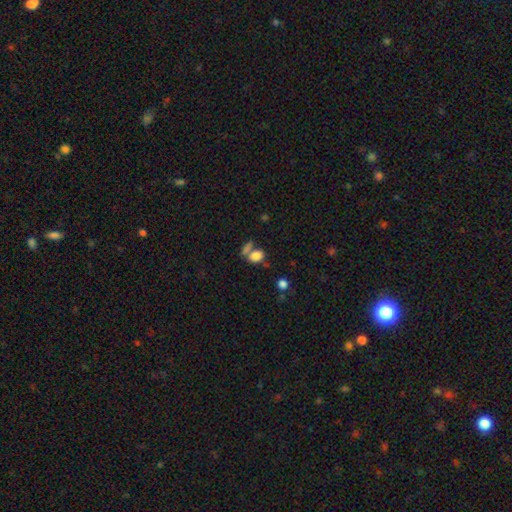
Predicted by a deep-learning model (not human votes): smooth-or-featured: smooth: 80% | star or artifact: 10% | featured or disk: 9%
  how-rounded: in between: 67% | round: 29% | cigar-shaped: 3%
  merging: none: 44% | merger: 37% | minor disturbance: 12% | major disturbance: 7%